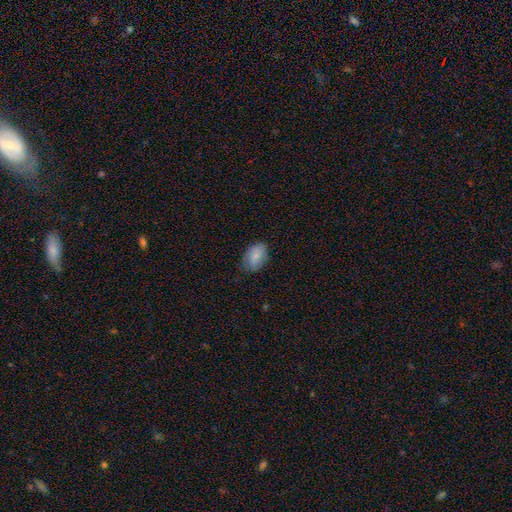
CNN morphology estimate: smooth 83%, featured or disk 11%, star or artifact 7%. Down the decision tree: how rounded — in between (88%); merging — none (72%).